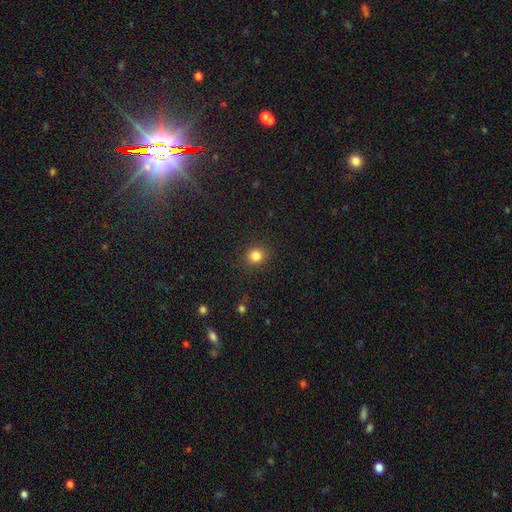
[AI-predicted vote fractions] smooth-or-featured: smooth: 84% | star or artifact: 12% | featured or disk: 4%
  how-rounded: round: 89% | in between: 11% | cigar-shaped: 1%
  merging: none: 90% | minor disturbance: 6% | major disturbance: 2% | merger: 1%